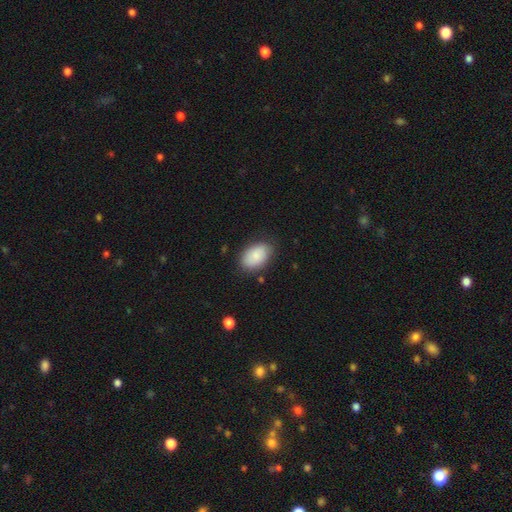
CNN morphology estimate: Smooth or featured: smooth — 86% (featured or disk — 8%)
How rounded: in between — 92% (round — 7%)
Merging: none — 79% (minor disturbance — 16%)